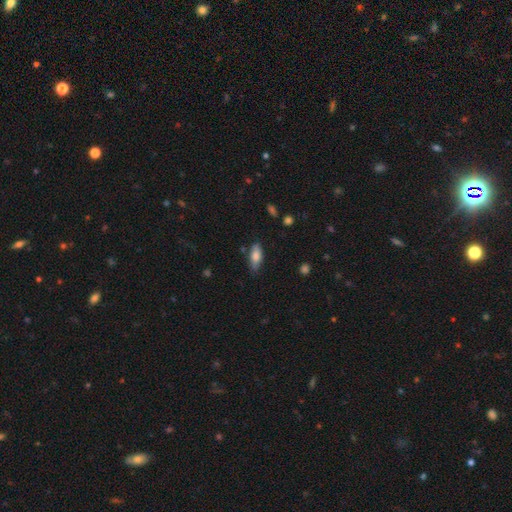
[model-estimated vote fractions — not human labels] Q: Smooth or featured?
A: smooth (73%); runner-up: featured or disk (20%)
Q: How rounded?
A: in between (74%); runner-up: cigar-shaped (23%)
Q: Merging?
A: none (78%); runner-up: minor disturbance (17%)